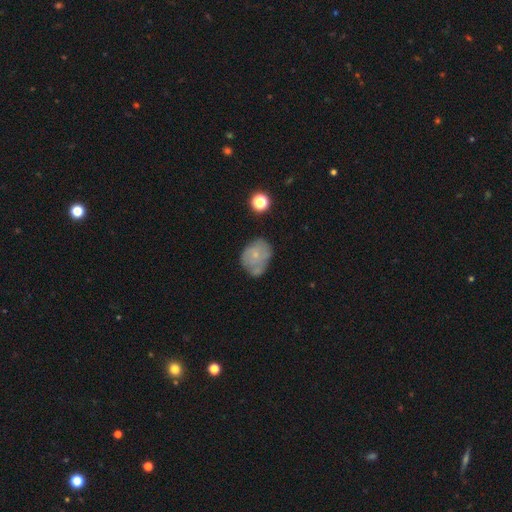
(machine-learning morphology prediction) Q: Smooth or featured?
A: smooth (55%); runner-up: featured or disk (35%)
Q: How rounded?
A: in between (56%); runner-up: round (43%)
Q: Merging?
A: none (44%); runner-up: minor disturbance (30%)